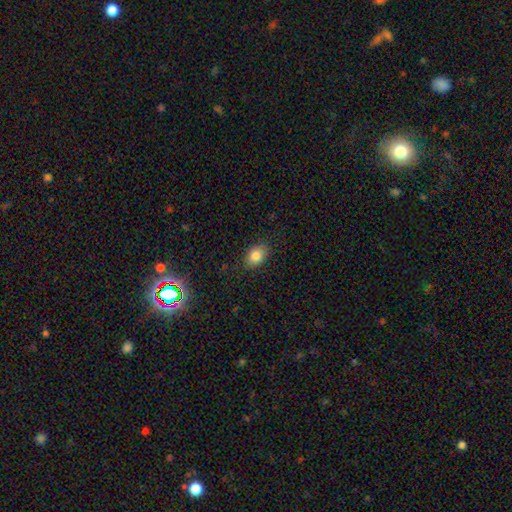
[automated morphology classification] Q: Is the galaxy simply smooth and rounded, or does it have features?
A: smooth — 83%.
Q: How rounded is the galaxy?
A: in between — 79%.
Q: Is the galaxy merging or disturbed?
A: none — 86%.